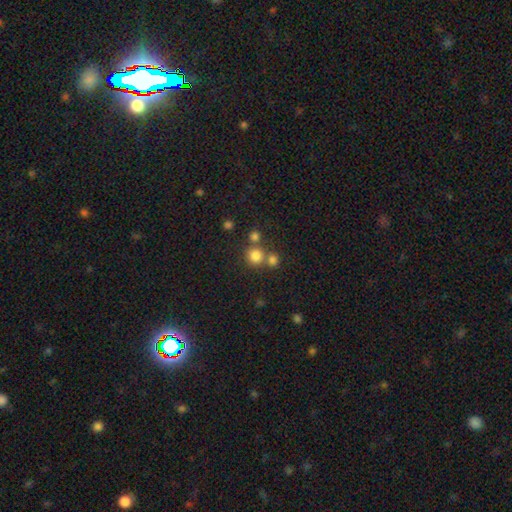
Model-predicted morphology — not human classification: This is likely a smooth galaxy (78%). How rounded: clearly round (91%). Merging: likely none (63%).